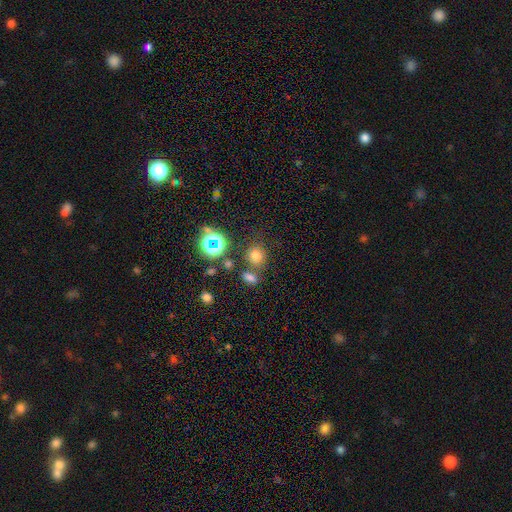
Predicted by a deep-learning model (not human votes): This appears to be a smooth galaxy with no disk features (70%) that is round (79%). Merging: none (71%).